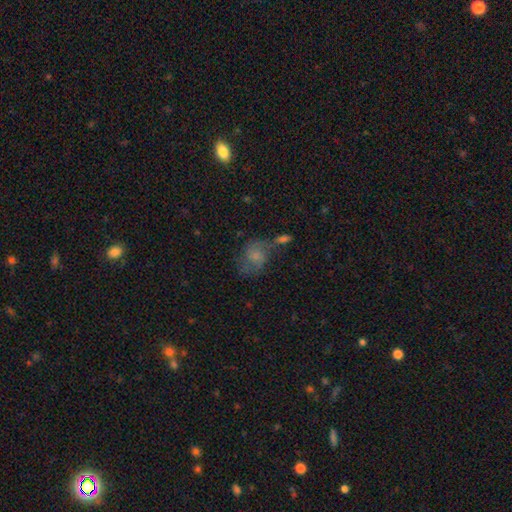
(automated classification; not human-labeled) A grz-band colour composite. It shows a featured or disk galaxy (45%). Merging: none (43%).